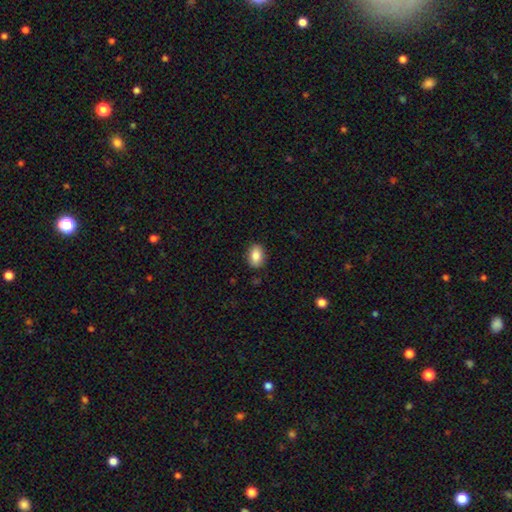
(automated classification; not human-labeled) Smooth or featured?
  - smooth: 86% *
  - star or artifact: 8%
  - featured or disk: 6%
How rounded?
  - in between: 80% *
  - round: 18%
  - cigar-shaped: 1%
Merging?
  - none: 88% *
  - minor disturbance: 9%
  - major disturbance: 2%
  - merger: 1%